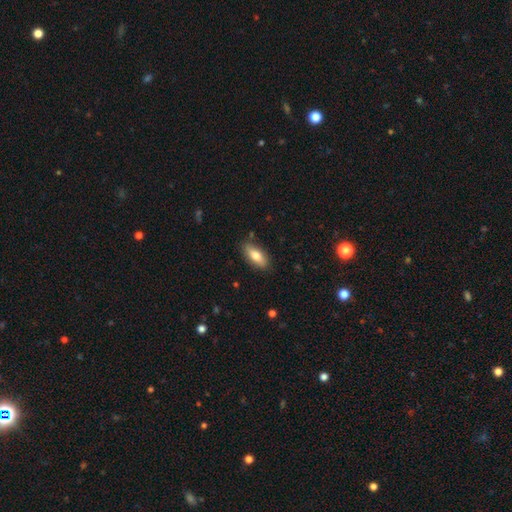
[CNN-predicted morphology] Overall: smooth (75%). How rounded: in between (79%). Merging: none (84%).